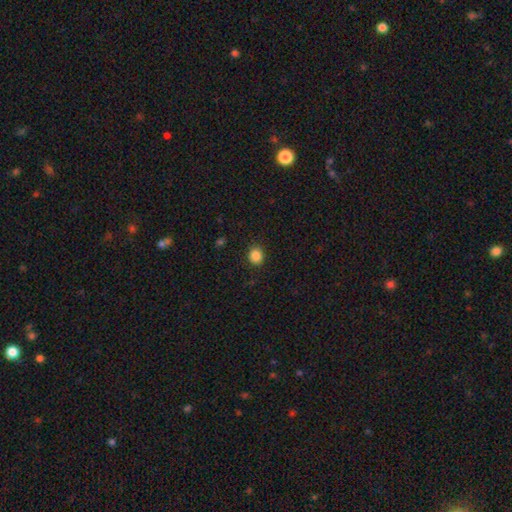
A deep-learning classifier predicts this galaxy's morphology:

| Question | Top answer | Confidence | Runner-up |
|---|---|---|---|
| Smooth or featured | smooth | 86% | star or artifact (11%) |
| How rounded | round | 82% | in between (18%) |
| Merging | none | 90% | minor disturbance (7%) |